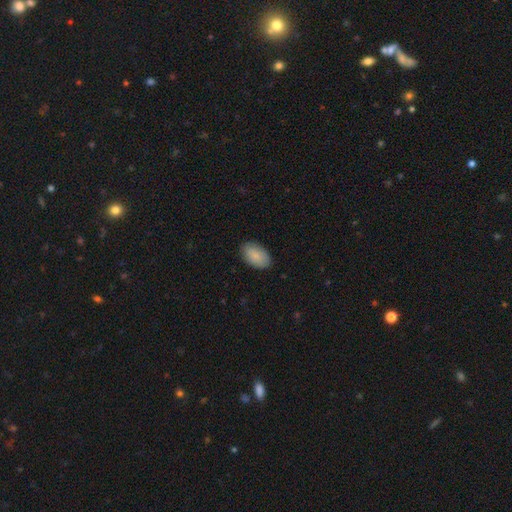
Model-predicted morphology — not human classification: This is clearly a smooth galaxy (87%). How rounded: clearly in between (94%). Merging: clearly none (86%).